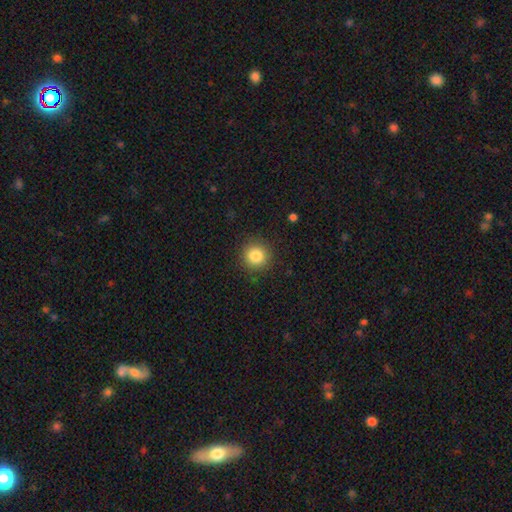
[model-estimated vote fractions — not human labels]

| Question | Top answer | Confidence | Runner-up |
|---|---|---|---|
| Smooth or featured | smooth | 84% | star or artifact (11%) |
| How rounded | round | 94% | in between (5%) |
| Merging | none | 89% | minor disturbance (7%) |